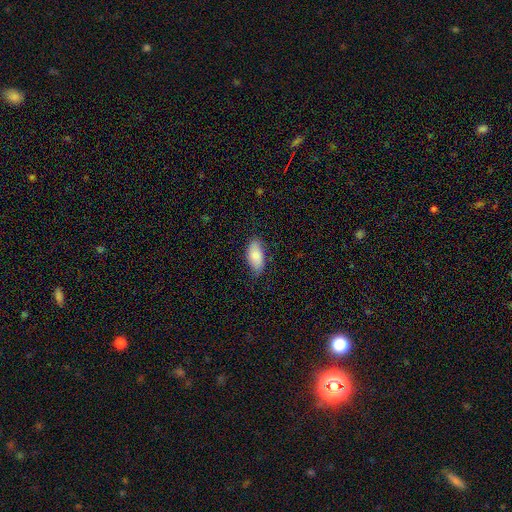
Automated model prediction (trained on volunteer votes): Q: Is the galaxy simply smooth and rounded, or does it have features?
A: smooth — 82%.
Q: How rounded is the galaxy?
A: in between — 92%.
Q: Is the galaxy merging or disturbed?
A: none — 75%.